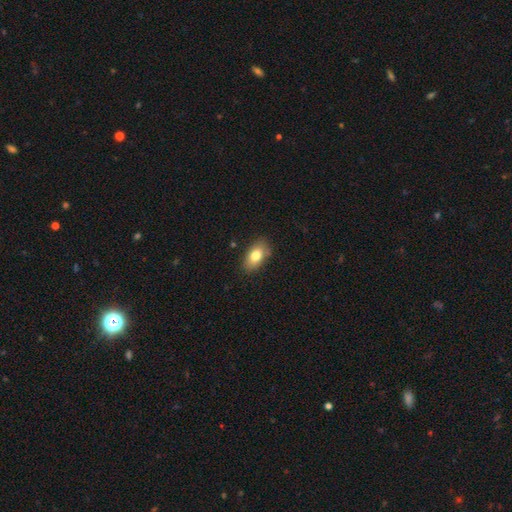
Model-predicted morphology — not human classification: Smooth or featured? Predicted: smooth (p=0.78). How rounded? Predicted: in between (p=0.90). Merging? Predicted: none (p=0.81).